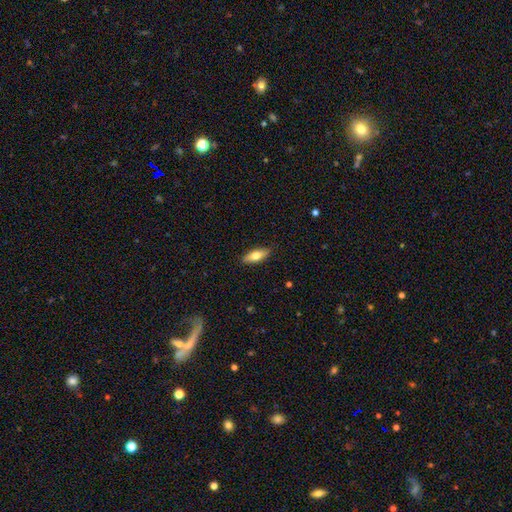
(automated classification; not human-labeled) smooth-or-featured: smooth: 69% | featured or disk: 25% | star or artifact: 6%
  how-rounded: in between: 65% | cigar-shaped: 32% | round: 3%
  merging: none: 88% | minor disturbance: 9% | major disturbance: 2% | merger: 1%